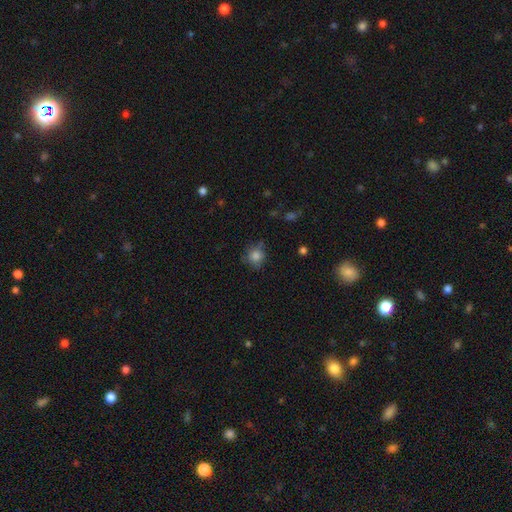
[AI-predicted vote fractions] Smooth or featured? Predicted: smooth (p=0.82). How rounded? Predicted: round (p=0.86). Merging? Predicted: none (p=0.69).